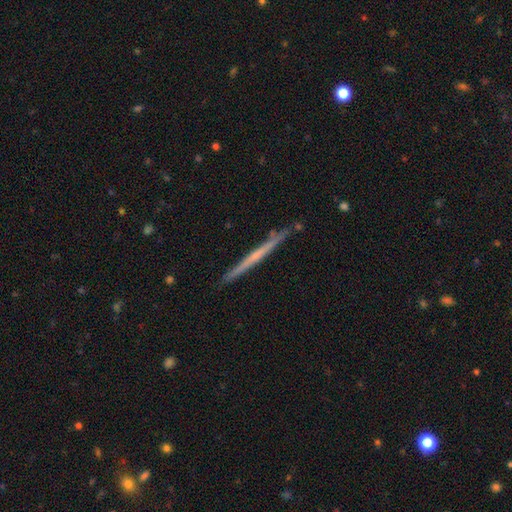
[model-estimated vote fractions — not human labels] This is likely a featured or disk galaxy (61%). It is clearly viewed edge-on (98%). Edge-on bulge: likely none (77%). Merging: clearly none (88%).